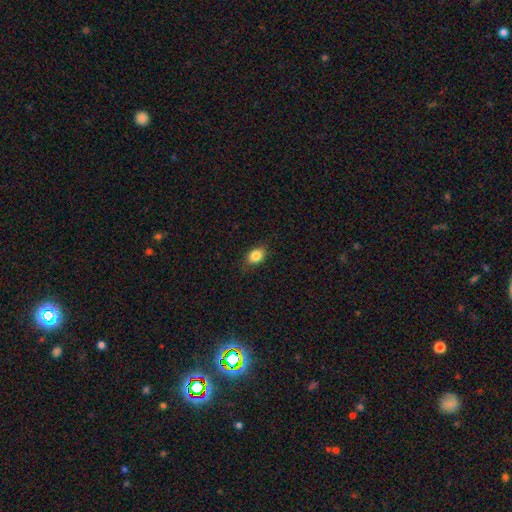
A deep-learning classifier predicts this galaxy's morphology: The model was most divided on "how rounded": in between: 72%, round: 27%, cigar-shaped: 1%. More confident: smooth or featured — smooth (85%); merging — none (82%).